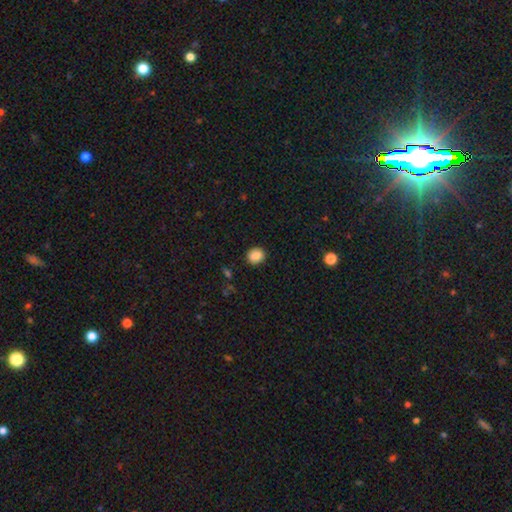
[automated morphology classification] smooth-or-featured: smooth: 86% | star or artifact: 9% | featured or disk: 4%
  how-rounded: round: 73% | in between: 26% | cigar-shaped: 1%
  merging: none: 89% | minor disturbance: 7% | major disturbance: 2% | merger: 1%